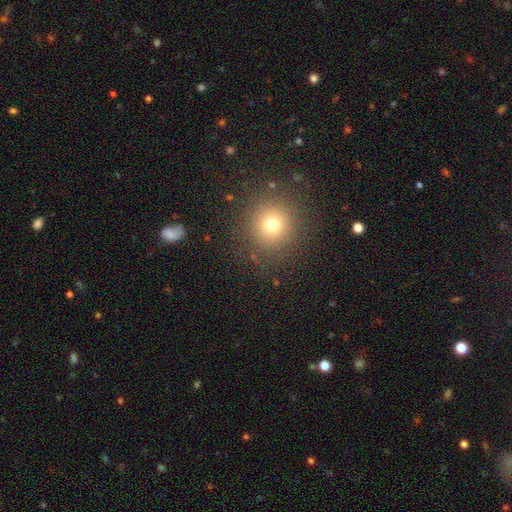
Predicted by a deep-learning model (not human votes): smooth_or_featured: smooth (p=0.64) [alt: star or artifact p=0.29]
how_rounded: round (p=0.94) [alt: in between p=0.05]
merging: none (p=0.91) [alt: minor disturbance p=0.05]